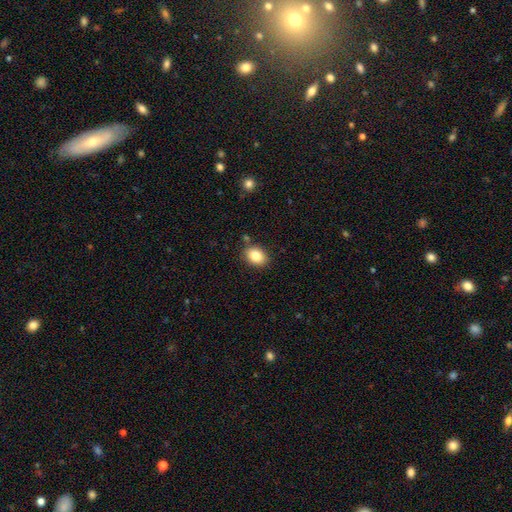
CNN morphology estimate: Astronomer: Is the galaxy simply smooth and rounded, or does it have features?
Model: smooth — 84%.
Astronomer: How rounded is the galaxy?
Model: in between — 68%.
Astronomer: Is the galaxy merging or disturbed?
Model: none — 84%.